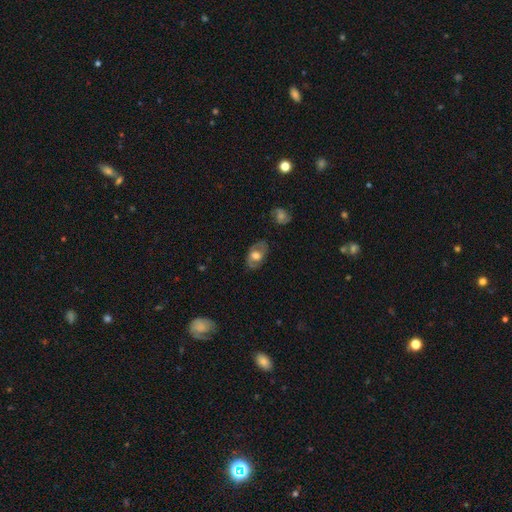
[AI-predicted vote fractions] The model was most divided on "smooth or featured": smooth: 48%, featured or disk: 45%, star or artifact: 7%. More confident: merging — none (75%).